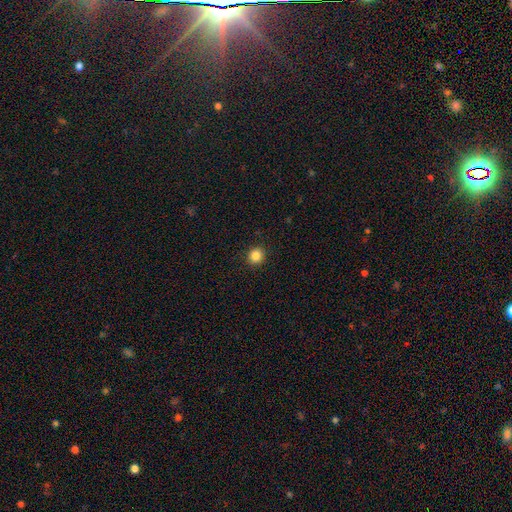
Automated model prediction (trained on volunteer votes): Smooth or featured: smooth — 85% (star or artifact — 11%)
How rounded: round — 93% (in between — 7%)
Merging: none — 92% (minor disturbance — 5%)